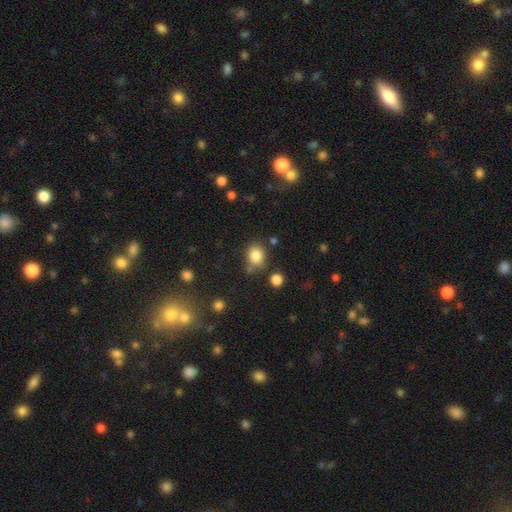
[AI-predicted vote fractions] Morphology: type=smooth (83%); roundness=round (53%); merging=none (70%).